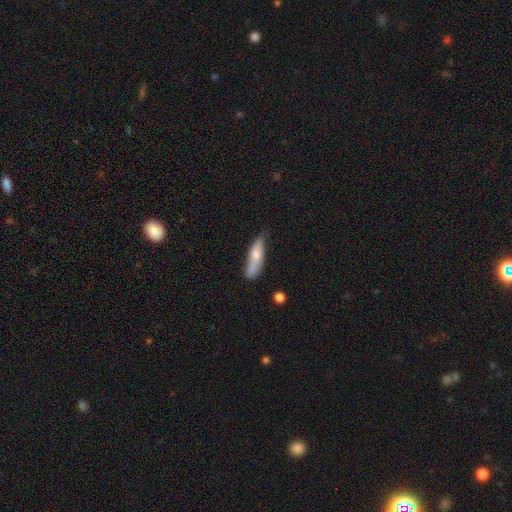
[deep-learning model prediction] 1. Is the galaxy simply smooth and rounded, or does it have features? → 66% smooth, 28% featured or disk, 6% star or artifact.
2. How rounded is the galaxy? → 61% cigar-shaped, 37% in between, 2% round.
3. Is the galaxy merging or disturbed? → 56% none, 29% minor disturbance, 8% major disturbance, 7% merger.